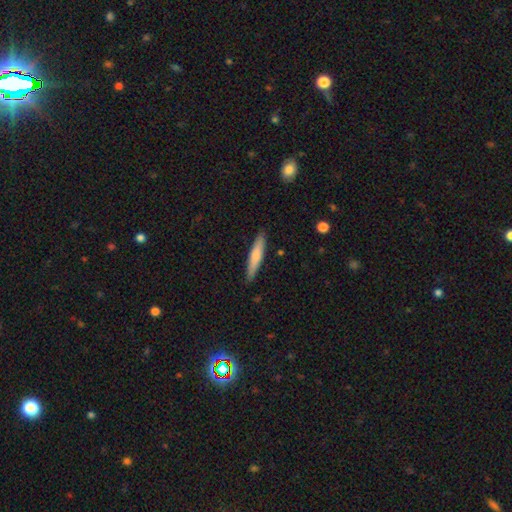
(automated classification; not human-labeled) Smooth or featured? Predicted: smooth (p=0.68). How rounded? Predicted: cigar-shaped (p=0.89). Merging? Predicted: none (p=0.88).